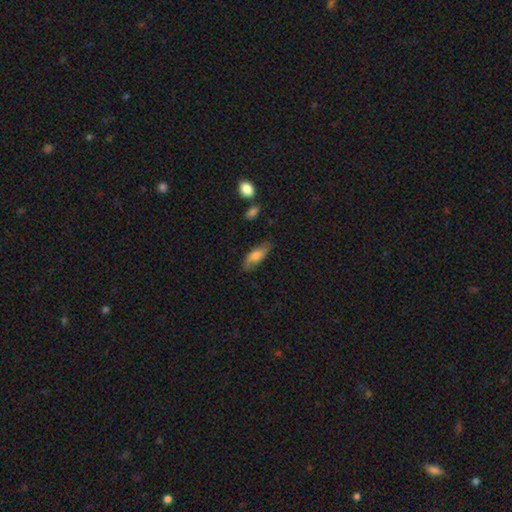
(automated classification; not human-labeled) This appears to be a smooth galaxy with no disk features (71%) that is in between round and cigar-shaped (68%). Merging: none (74%).